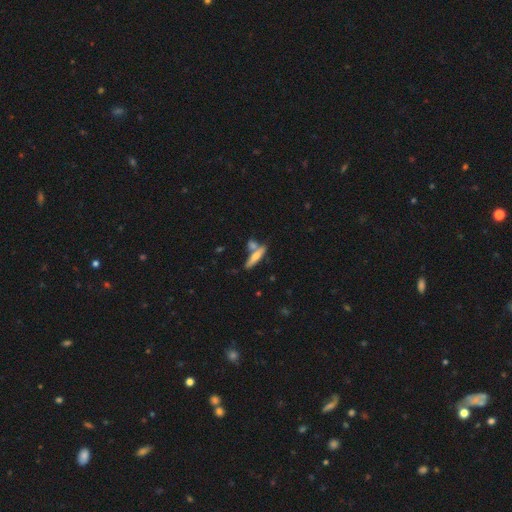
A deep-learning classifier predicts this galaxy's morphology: Smooth or featured? smooth (57%)
How rounded? cigar-shaped (77%)
Merging? none (58%)